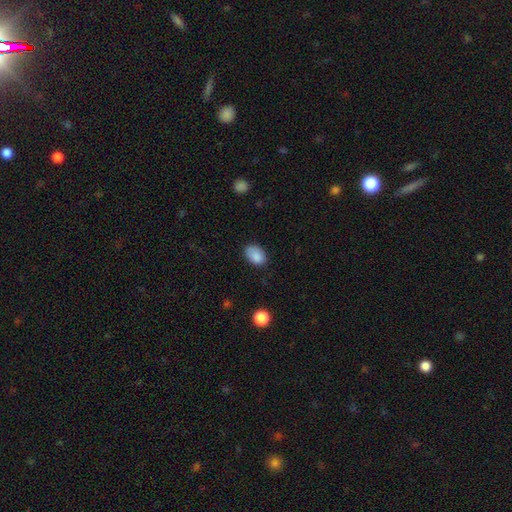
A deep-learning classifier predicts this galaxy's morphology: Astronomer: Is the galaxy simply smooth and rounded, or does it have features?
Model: smooth — 87%.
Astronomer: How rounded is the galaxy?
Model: in between — 82%.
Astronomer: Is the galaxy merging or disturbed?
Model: none — 73%.